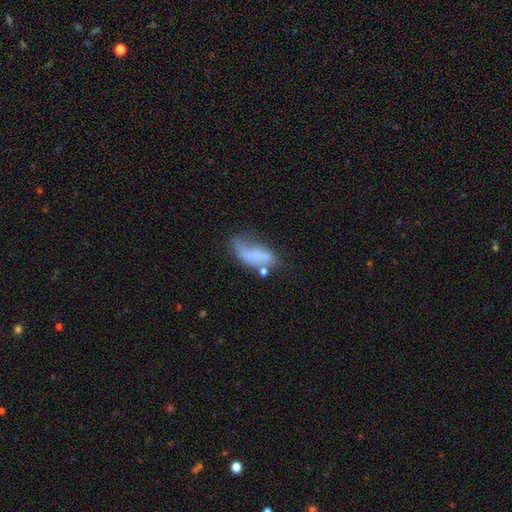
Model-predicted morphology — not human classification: Smooth or featured: smooth — 54% (featured or disk — 35%)
How rounded: in between — 86% (cigar-shaped — 10%)
Merging: major disturbance — 37% (none — 26%)